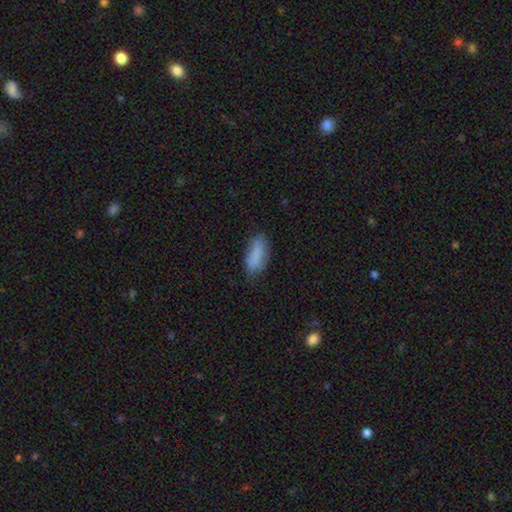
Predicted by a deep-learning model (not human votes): Morphology: type=smooth (81%); roundness=in between (78%); merging=none (61%).